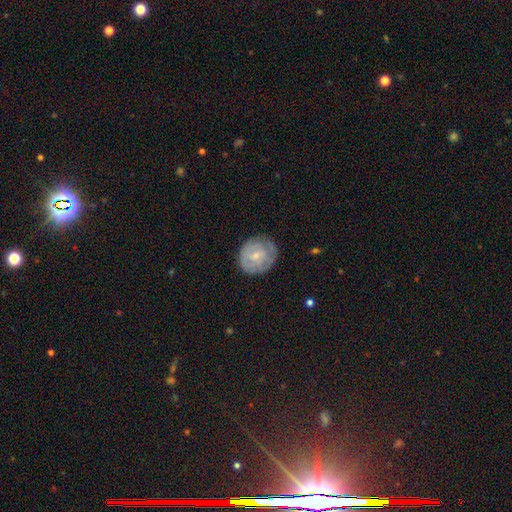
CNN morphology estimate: This is possibly a smooth galaxy (50%). How rounded: clearly round (85%). Merging: likely none (73%).